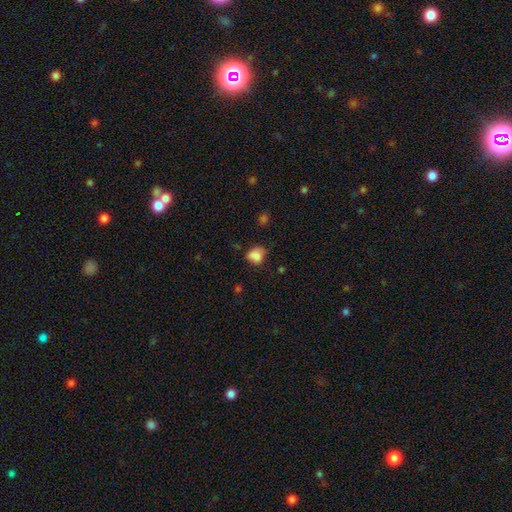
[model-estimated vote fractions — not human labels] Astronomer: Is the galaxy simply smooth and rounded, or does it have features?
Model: smooth — 82%.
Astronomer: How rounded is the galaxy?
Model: round — 55% (runner-up: in between, 44%).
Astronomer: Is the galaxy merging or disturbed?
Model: none — 51% (runner-up: minor disturbance, 34%).